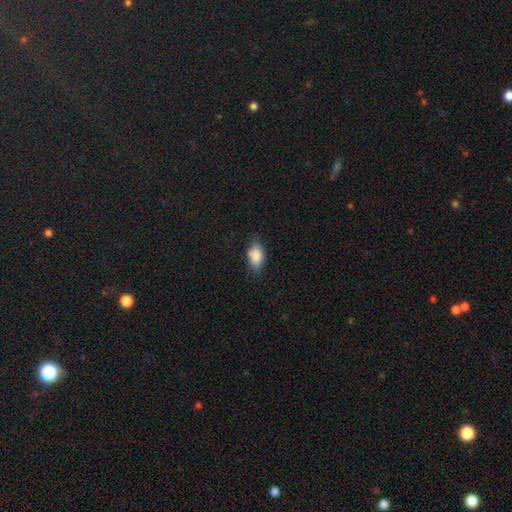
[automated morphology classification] Smooth or featured: smooth — 86% (star or artifact — 7%)
How rounded: in between — 90% (round — 7%)
Merging: none — 75% (minor disturbance — 20%)